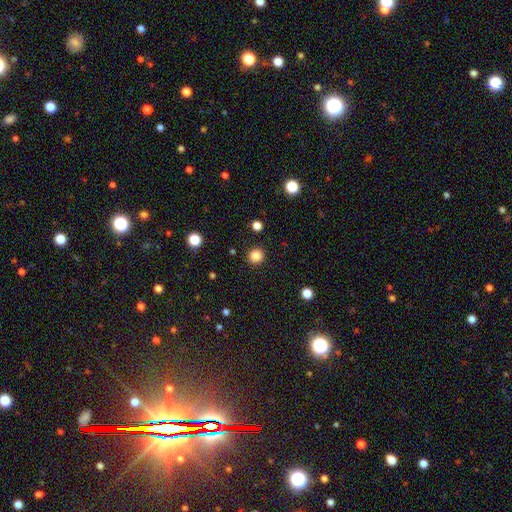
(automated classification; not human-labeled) This is clearly a smooth galaxy (85%). How rounded: clearly round (93%). Merging: clearly none (91%).